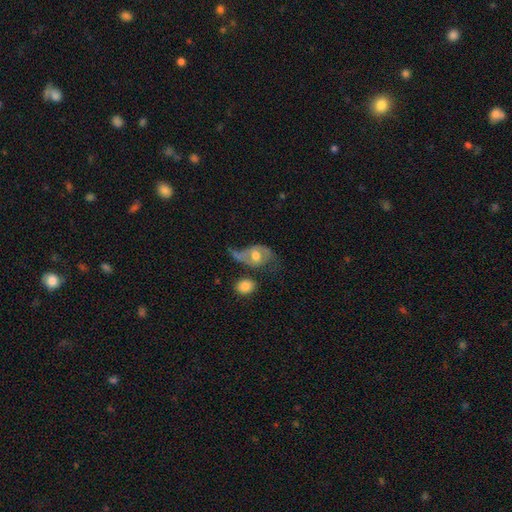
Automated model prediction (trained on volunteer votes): Smooth or featured? Predicted: featured or disk (p=0.58). Edge-on disk? Predicted: no (p=0.94). Bar? Predicted: no (p=0.54). Spiral arms? Predicted: yes (p=0.66). Bulge size? Predicted: moderate (p=0.72). Merging? Predicted: major disturbance (p=0.37).